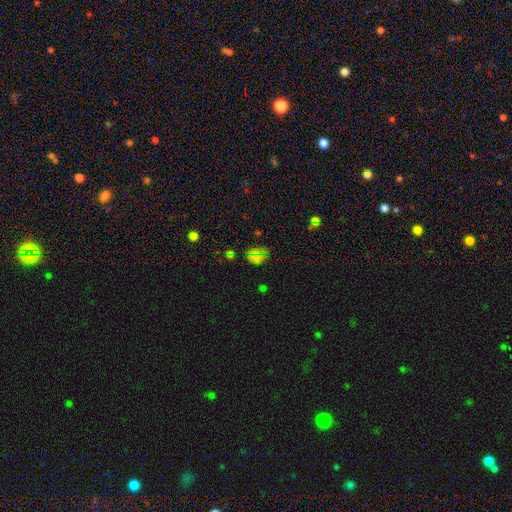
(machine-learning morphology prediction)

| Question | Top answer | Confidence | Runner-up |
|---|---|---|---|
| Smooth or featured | smooth | 48% | star or artifact (43%) |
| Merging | none | 77% | minor disturbance (14%) |